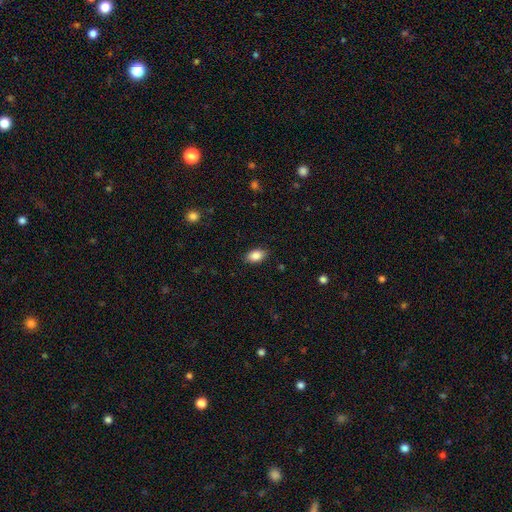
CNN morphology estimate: The model was most divided on "merging": none: 87%, minor disturbance: 10%, major disturbance: 2%, merger: 1%. More confident: how rounded — in between (91%); smooth or featured — smooth (87%).